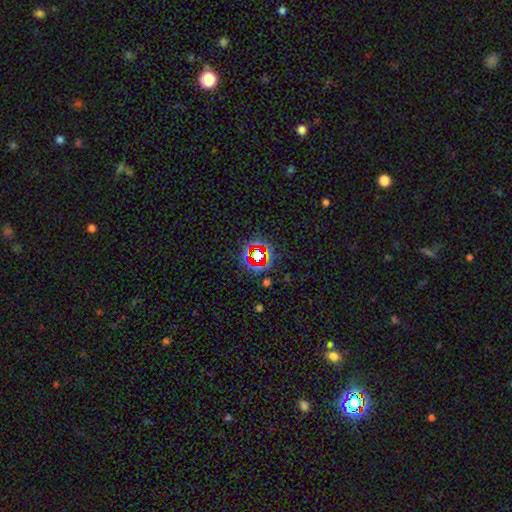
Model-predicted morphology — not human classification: This appears to be a star or artifact, not a galaxy (68%).